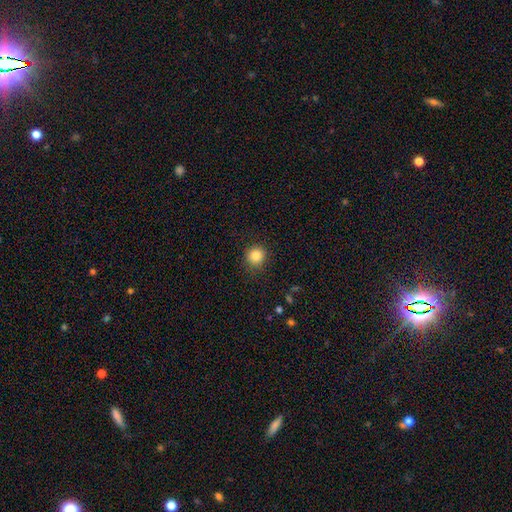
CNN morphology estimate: smooth-or-featured: smooth: 85% | star or artifact: 11% | featured or disk: 4%
  how-rounded: round: 92% | in between: 7% | cigar-shaped: 1%
  merging: none: 88% | minor disturbance: 8% | major disturbance: 3% | merger: 1%